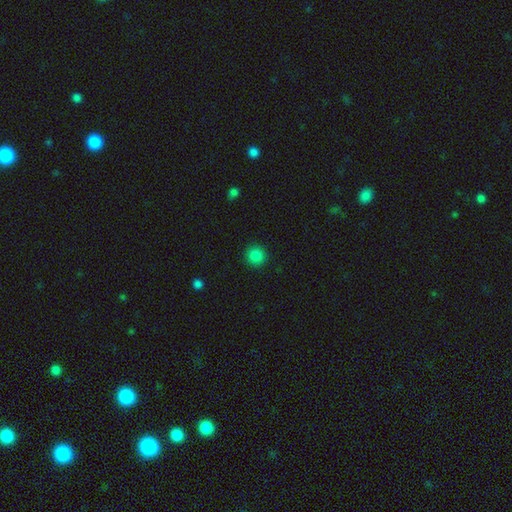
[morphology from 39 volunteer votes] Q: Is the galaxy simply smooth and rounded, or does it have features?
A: smooth — 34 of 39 (87%).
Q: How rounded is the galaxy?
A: round — 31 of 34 (91%).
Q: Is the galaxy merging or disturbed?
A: none — 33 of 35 (94%).